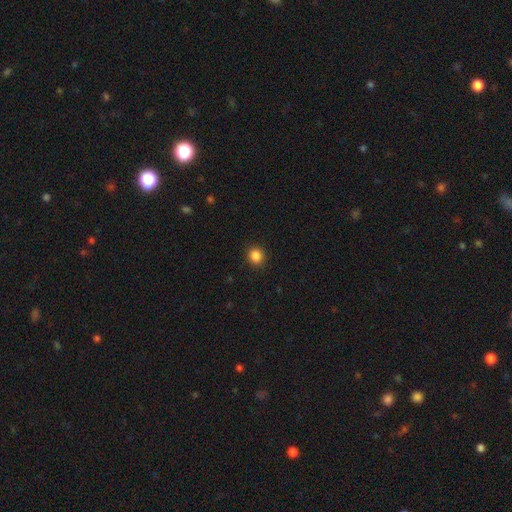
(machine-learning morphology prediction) Smooth or featured: smooth — 86% (star or artifact — 11%)
How rounded: round — 85% (in between — 14%)
Merging: none — 91% (minor disturbance — 6%)